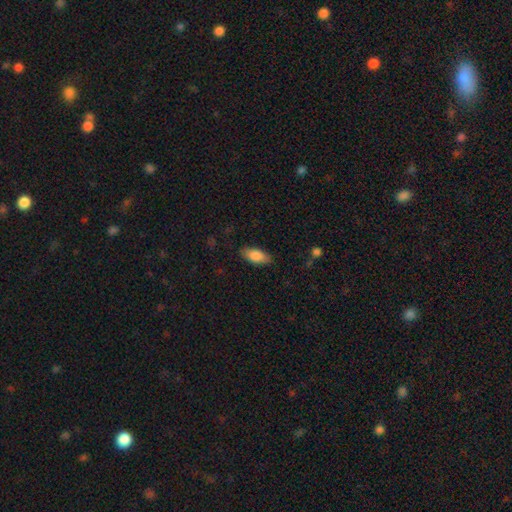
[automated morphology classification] Smooth or featured? Predicted: smooth (p=0.85). How rounded? Predicted: in between (p=0.89). Merging? Predicted: none (p=0.84).